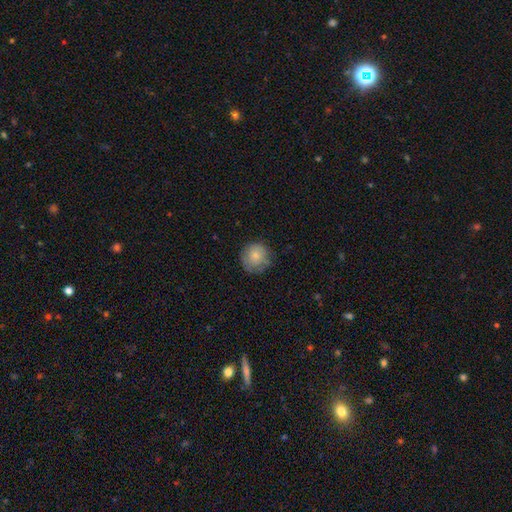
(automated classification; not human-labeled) The model was most divided on "merging": none: 73%, minor disturbance: 20%, major disturbance: 5%, merger: 1%. More confident: how rounded — round (92%); smooth or featured — smooth (79%).